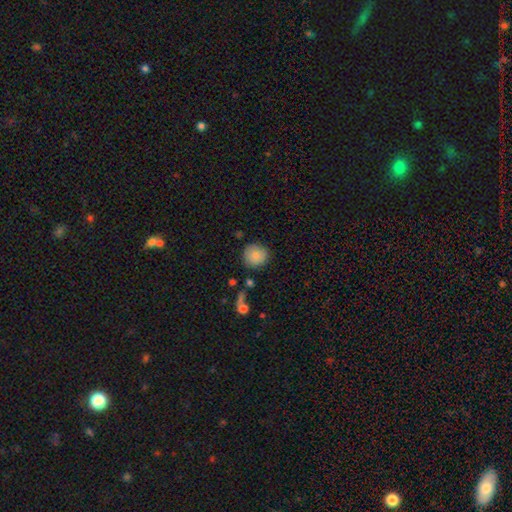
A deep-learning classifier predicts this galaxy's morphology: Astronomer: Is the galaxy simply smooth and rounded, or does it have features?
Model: smooth — 85%.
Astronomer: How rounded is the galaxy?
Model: round — 90%.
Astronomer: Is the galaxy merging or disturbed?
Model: none — 83%.